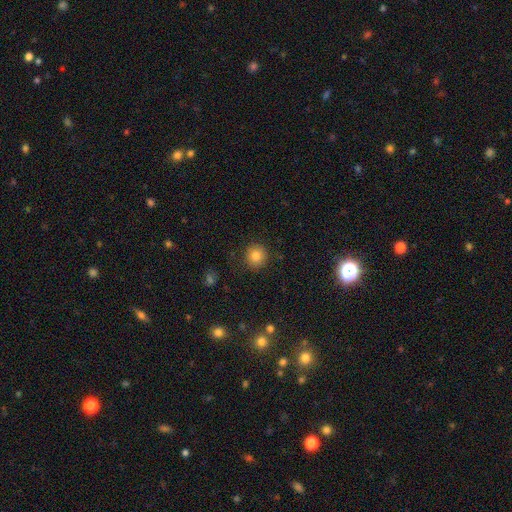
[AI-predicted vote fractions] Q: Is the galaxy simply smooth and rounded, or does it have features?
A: smooth — 81%.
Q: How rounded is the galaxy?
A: round — 92%.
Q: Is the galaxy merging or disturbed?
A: none — 88%.